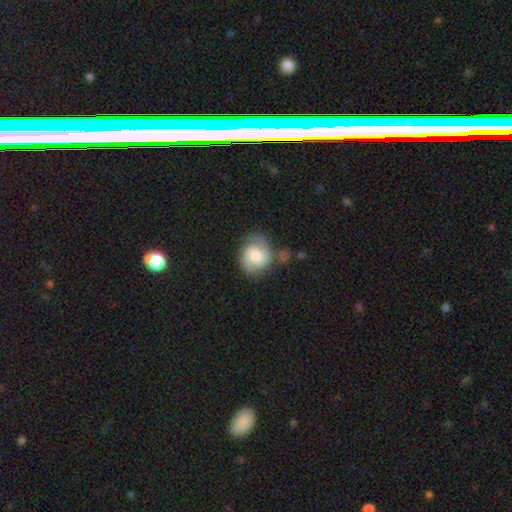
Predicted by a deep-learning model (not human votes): Smooth or featured?
  - featured or disk: 64% *
  - smooth: 29%
  - star or artifact: 7%
Edge-on disk?
  - no: 98% *
  - yes: 2%
Bar?
  - weak: 49% *
  - no: 38%
  - strong: 13%
Spiral arms?
  - yes: 92% *
  - no: 8%
Spiral winding?
  - medium: 48% *
  - tight: 35%
  - loose: 18%
Spiral arm count?
  - 2: 78% *
  - can't tell: 9%
  - 1: 7%
  - 3: 3%
  - 4: 1%
  - more than 4: 1%
Bulge size?
  - moderate: 42% *
  - small: 29%
  - large: 18%
  - none: 8%
  - dominant: 3%
Merging?
  - none: 57% *
  - minor disturbance: 22%
  - major disturbance: 13%
  - merger: 8%